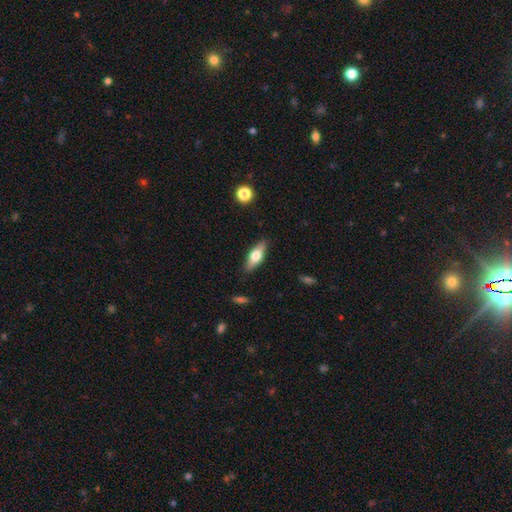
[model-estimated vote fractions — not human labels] Smooth or featured?
  - smooth: 56% *
  - featured or disk: 38%
  - star or artifact: 6%
How rounded?
  - in between: 65% *
  - cigar-shaped: 32%
  - round: 3%
Merging?
  - none: 86% *
  - minor disturbance: 10%
  - major disturbance: 2%
  - merger: 1%